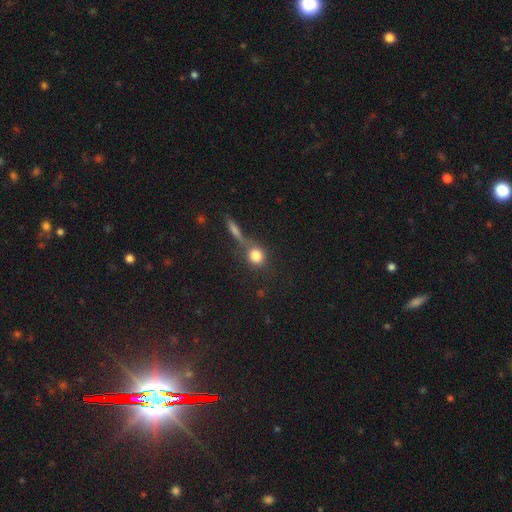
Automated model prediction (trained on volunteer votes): Overall: smooth (79%). How rounded: round (80%). Merging: none (55%; merger 26%).